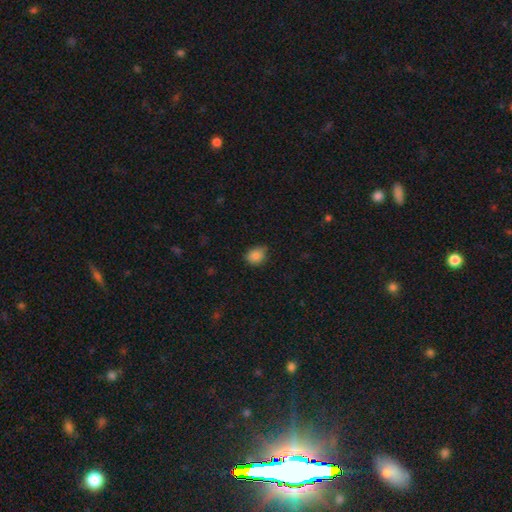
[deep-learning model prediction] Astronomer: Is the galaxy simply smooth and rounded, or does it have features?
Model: smooth — 85%.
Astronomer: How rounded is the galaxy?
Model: round — 58% (runner-up: in between, 41%).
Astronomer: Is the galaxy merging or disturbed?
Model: none — 74%.